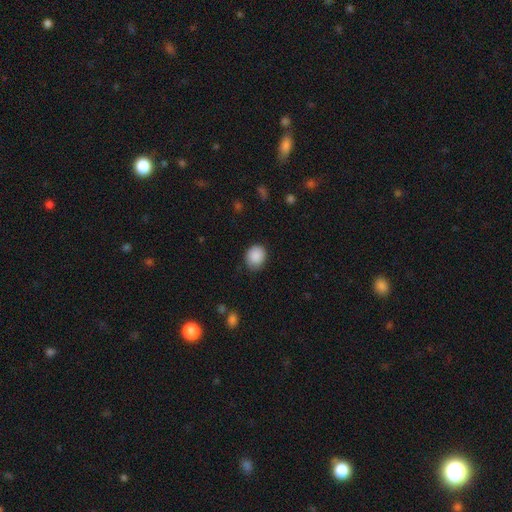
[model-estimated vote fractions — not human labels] Smooth or featured: smooth — 89% (star or artifact — 8%)
How rounded: round — 66% (in between — 33%)
Merging: none — 82% (minor disturbance — 14%)